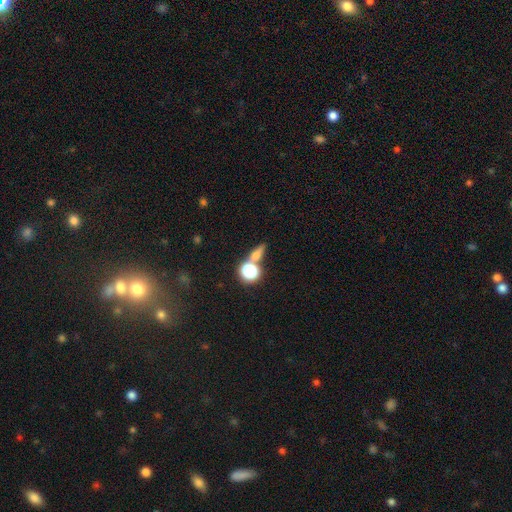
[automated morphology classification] type=smooth (58%); roundness=round (40%); merging=none (60%).